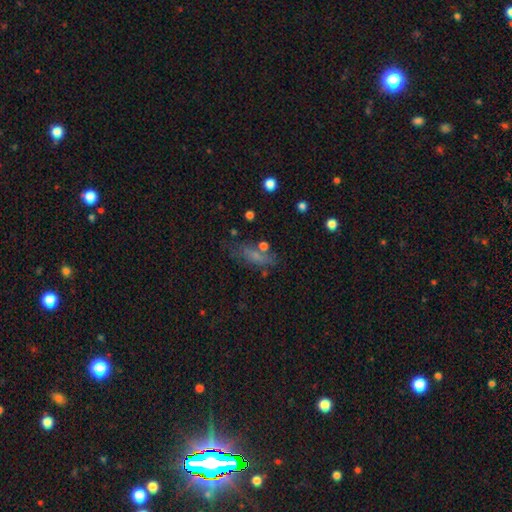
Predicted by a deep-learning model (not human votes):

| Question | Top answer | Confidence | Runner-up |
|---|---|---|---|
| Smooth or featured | smooth | 60% | featured or disk (22%) |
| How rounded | in between | 53% | cigar-shaped (41%) |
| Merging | none | 67% | minor disturbance (19%) |